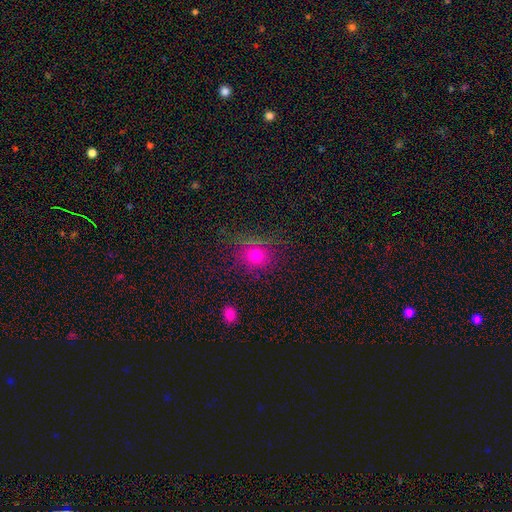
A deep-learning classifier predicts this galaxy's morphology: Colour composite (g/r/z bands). It shows a smooth galaxy with no disk features (70%) that is round (81%). Merging: none (80%).